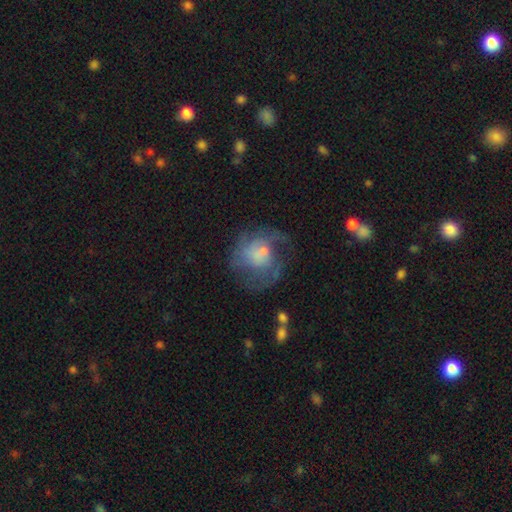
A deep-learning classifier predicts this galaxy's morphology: type=featured or disk (59%); edge-on=no (98%); bar=no (76%); spiral arms=yes (69%); bulge=small (53%); merging=none (45%).